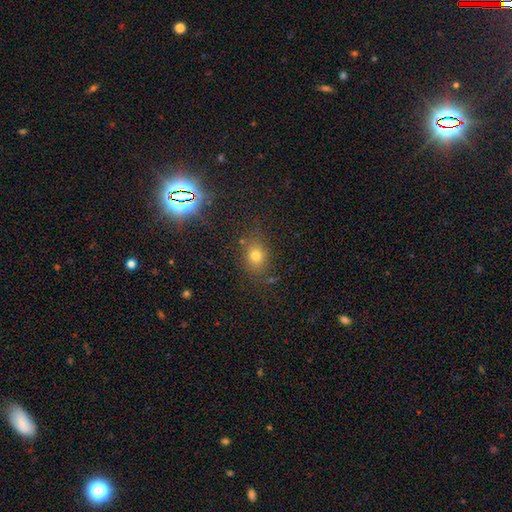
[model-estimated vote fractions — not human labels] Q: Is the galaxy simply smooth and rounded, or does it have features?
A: smooth — 68%.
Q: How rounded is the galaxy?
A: round — 53%.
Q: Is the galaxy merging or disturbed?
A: none — 78%.